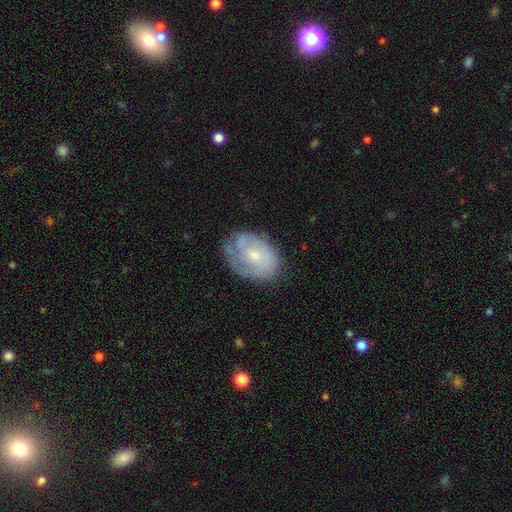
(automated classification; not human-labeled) Morphology: type=featured or disk (62%); edge-on=no (96%); bar=no (70%); spiral arms=yes (70%); bulge=moderate (47%); merging=none (62%).